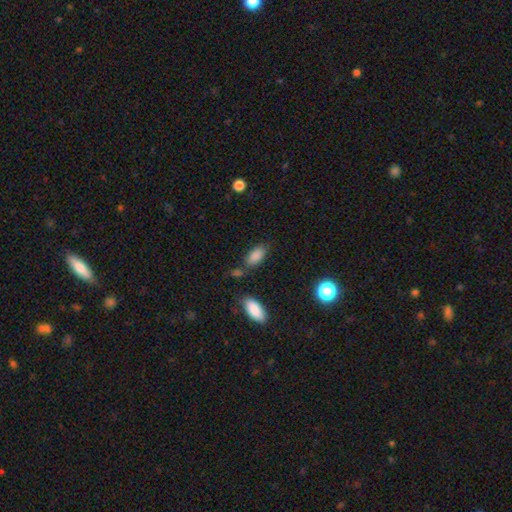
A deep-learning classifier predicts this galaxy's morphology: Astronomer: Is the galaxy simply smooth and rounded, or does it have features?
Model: smooth — 86%.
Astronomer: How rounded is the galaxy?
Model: in between — 89%.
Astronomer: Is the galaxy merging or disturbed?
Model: none — 69%.